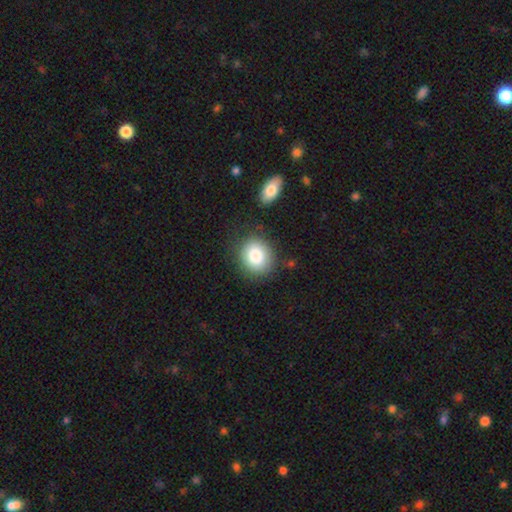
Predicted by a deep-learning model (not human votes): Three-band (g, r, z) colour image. It shows a smooth galaxy with no disk features (83%) that is round (73%). Merging: none (83%).